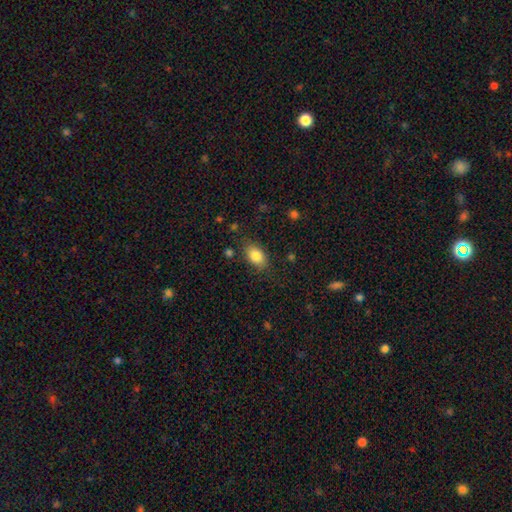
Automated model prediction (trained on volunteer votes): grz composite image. It shows a smooth galaxy with no disk features (84%) that is in between round and cigar-shaped (88%). Merging: none (81%).